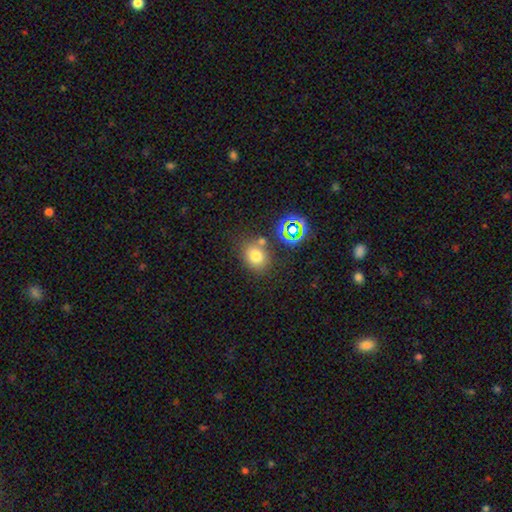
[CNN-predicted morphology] Overall: smooth (73%). How rounded: round (58%; in between 41%). Merging: none (68%).